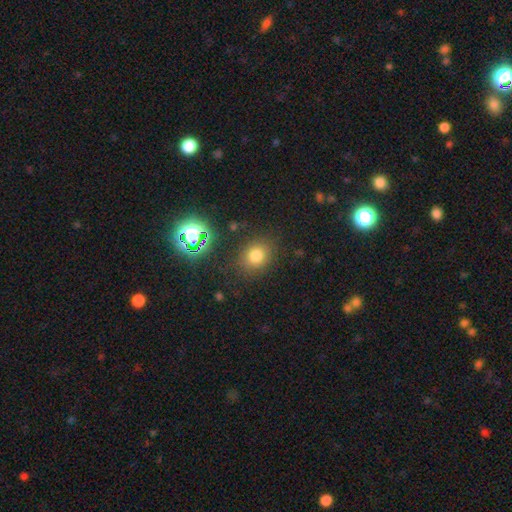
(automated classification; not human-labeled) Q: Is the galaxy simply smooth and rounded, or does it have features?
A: smooth — 75%.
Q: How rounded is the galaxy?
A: round — 62%.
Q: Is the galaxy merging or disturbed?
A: none — 82%.